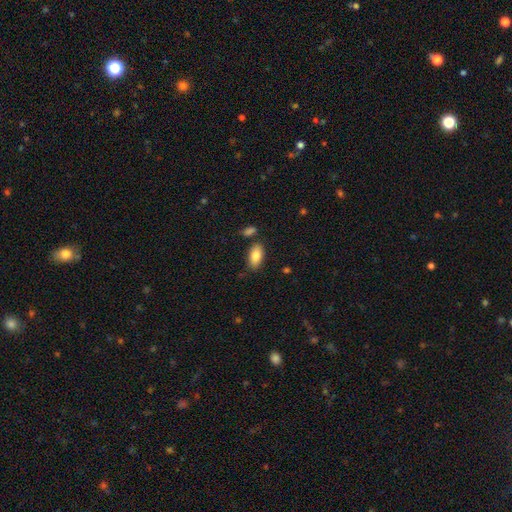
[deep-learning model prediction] smooth-or-featured: smooth: 85% | featured or disk: 9% | star or artifact: 7%
  how-rounded: in between: 92% | cigar-shaped: 6% | round: 3%
  merging: none: 80% | minor disturbance: 12% | merger: 6% | major disturbance: 3%